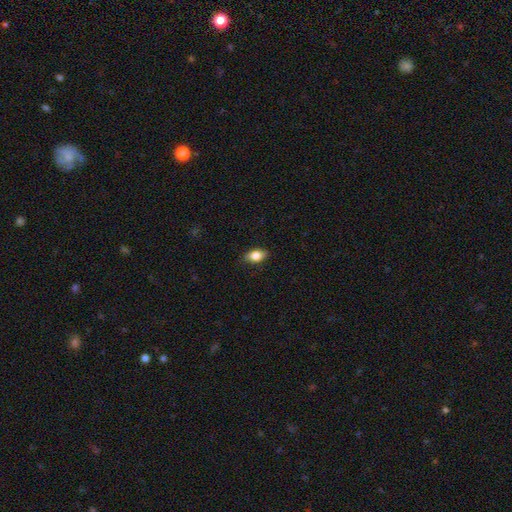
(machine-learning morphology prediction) A smooth galaxy with no disk features (80%) that is in between round and cigar-shaped (86%). Merging: none (84%).